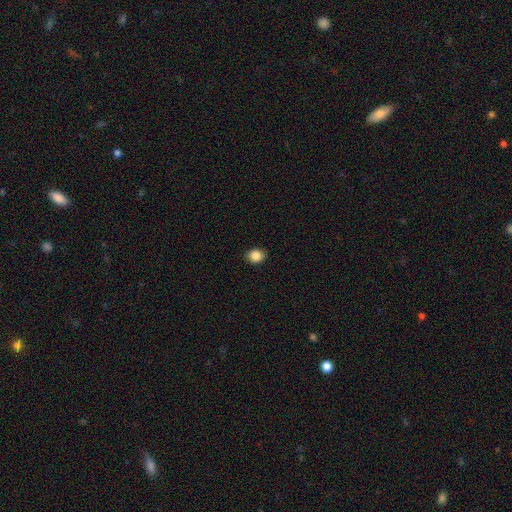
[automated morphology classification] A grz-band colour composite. It shows a smooth galaxy with no disk features (87%) that is round (62%). Merging: none (90%).